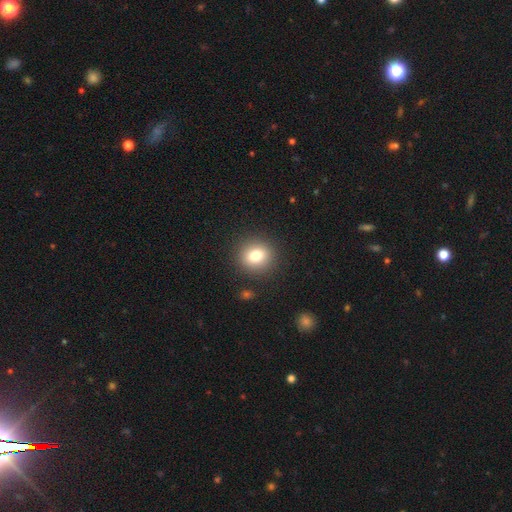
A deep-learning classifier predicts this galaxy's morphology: A smooth galaxy with no disk features (79%) that is round (83%).

Vote fractions:
- Smooth or featured? smooth: 79% / star or artifact: 11% / featured or disk: 10%
- How rounded? round: 83% / in between: 16% / cigar-shaped: 1%
- Merging? none: 89% / minor disturbance: 7% / major disturbance: 3% / merger: 1%